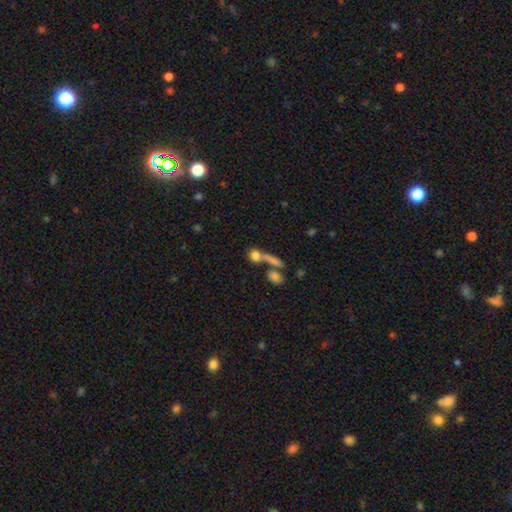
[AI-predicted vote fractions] Smooth or featured?
  - smooth: 75% *
  - featured or disk: 14%
  - star or artifact: 11%
How rounded?
  - round: 56% *
  - in between: 29%
  - cigar-shaped: 14%
Merging?
  - none: 42% *
  - merger: 41%
  - minor disturbance: 9%
  - major disturbance: 8%